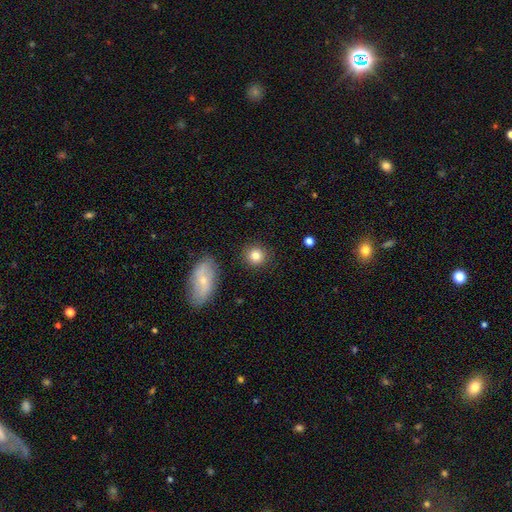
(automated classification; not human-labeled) Smooth or featured? smooth (82%)
How rounded? round (90%)
Merging? none (88%)